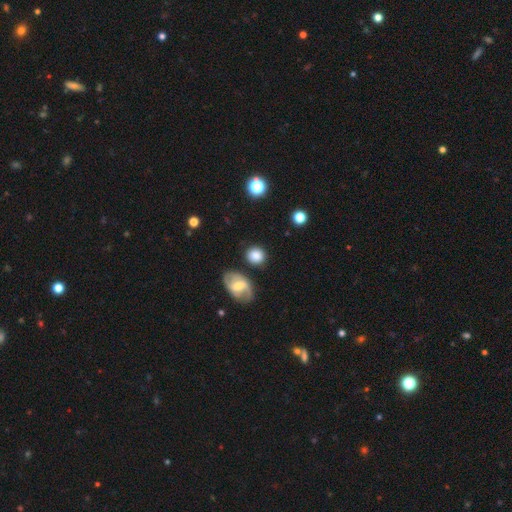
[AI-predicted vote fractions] smooth-or-featured: smooth: 78% | featured or disk: 14% | star or artifact: 8%
  how-rounded: round: 79% | in between: 20% | cigar-shaped: 1%
  merging: none: 79% | minor disturbance: 12% | merger: 5% | major disturbance: 4%